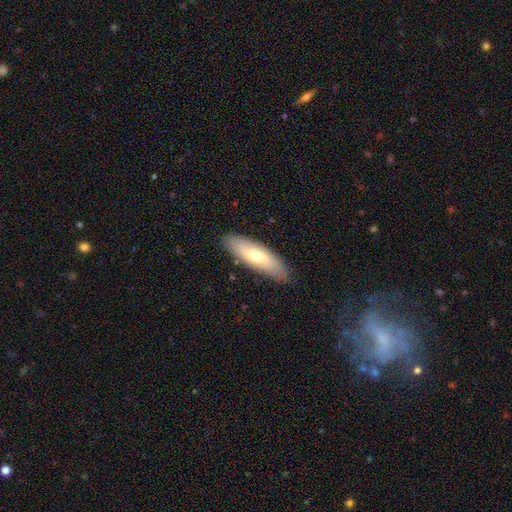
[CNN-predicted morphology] smooth-or-featured: smooth: 58% | featured or disk: 36% | star or artifact: 6%
  how-rounded: in between: 53% | cigar-shaped: 45% | round: 2%
  merging: none: 86% | minor disturbance: 10% | major disturbance: 2% | merger: 1%